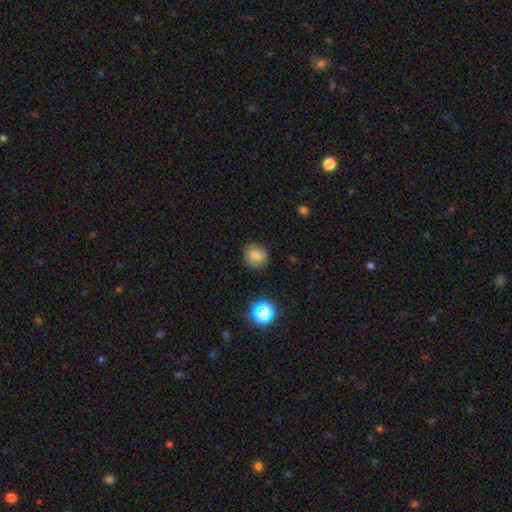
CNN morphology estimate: A smooth galaxy with no disk features (77%) that is round (82%). Merging: none (83%).